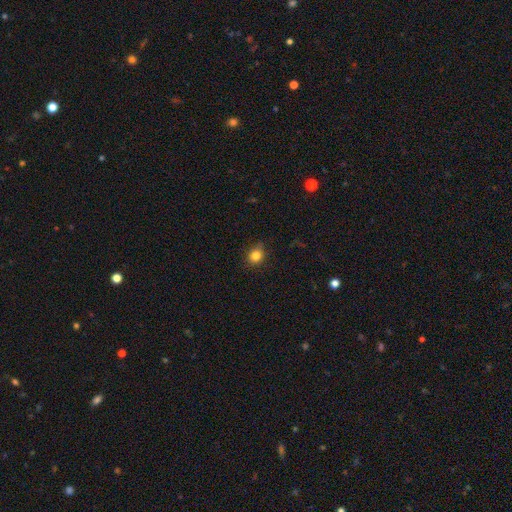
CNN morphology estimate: type=smooth (83%); roundness=round (71%); merging=none (82%).